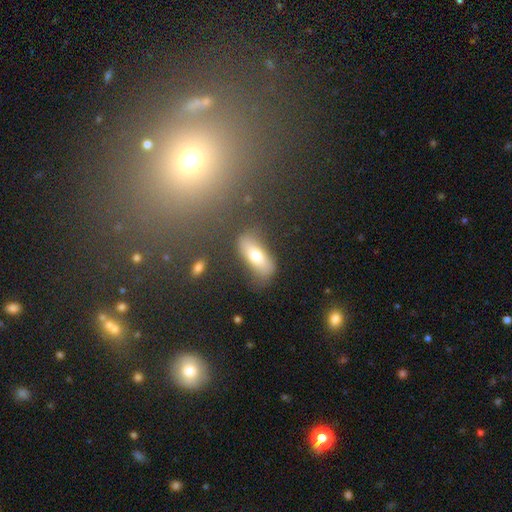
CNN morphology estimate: smooth 68%, featured or disk 23%, star or artifact 9%. Down the decision tree: how rounded — in between (72%); merging — none (64%).